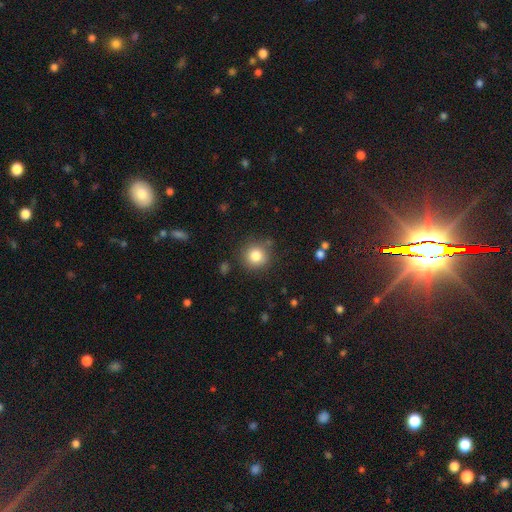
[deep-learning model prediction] smooth-or-featured: smooth: 82% | star or artifact: 11% | featured or disk: 7%
  how-rounded: round: 92% | in between: 7% | cigar-shaped: 1%
  merging: none: 84% | minor disturbance: 10% | major disturbance: 3% | merger: 3%